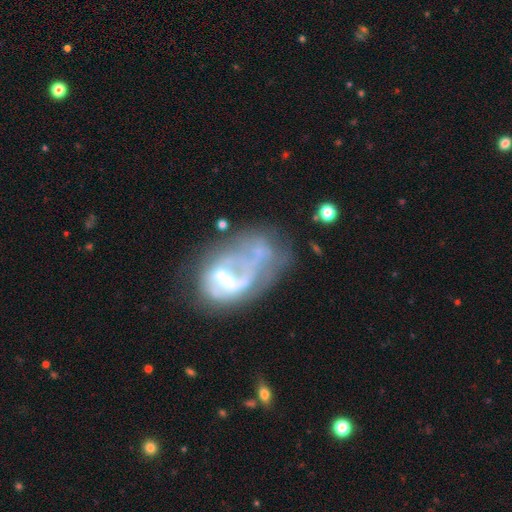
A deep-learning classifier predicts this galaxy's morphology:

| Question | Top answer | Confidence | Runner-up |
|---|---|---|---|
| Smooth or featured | featured or disk | 65% | smooth (23%) |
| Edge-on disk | no | 97% | yes (3%) |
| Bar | no | 51% | weak (32%) |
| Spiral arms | no | 66% | yes (34%) |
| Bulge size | none | 35% | moderate (29%) |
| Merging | major disturbance | 42% | none (22%) |